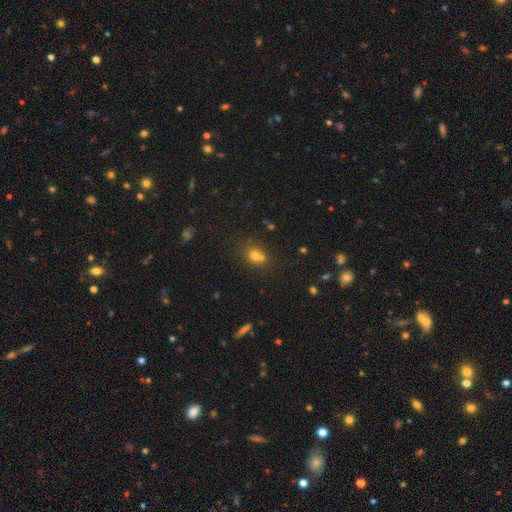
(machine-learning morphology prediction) Smooth or featured?
  - smooth: 68% *
  - star or artifact: 19%
  - featured or disk: 13%
How rounded?
  - round: 64% *
  - in between: 34%
  - cigar-shaped: 1%
Merging?
  - none: 46% *
  - merger: 40%
  - minor disturbance: 10%
  - major disturbance: 4%